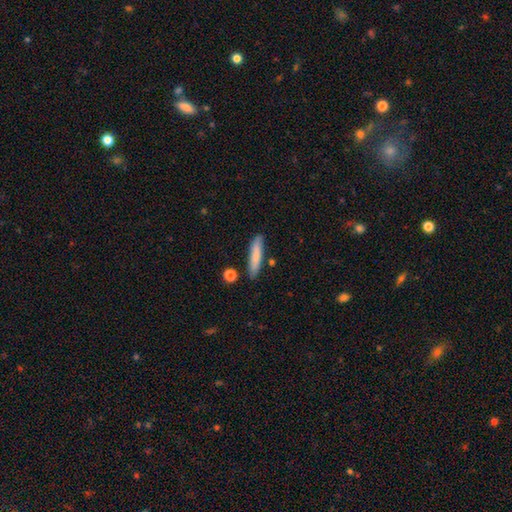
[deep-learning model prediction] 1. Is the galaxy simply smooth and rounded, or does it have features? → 78% smooth, 16% featured or disk, 6% star or artifact.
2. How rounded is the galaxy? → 85% cigar-shaped, 13% in between, 2% round.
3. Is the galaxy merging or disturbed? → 82% none, 12% minor disturbance, 4% merger, 2% major disturbance.